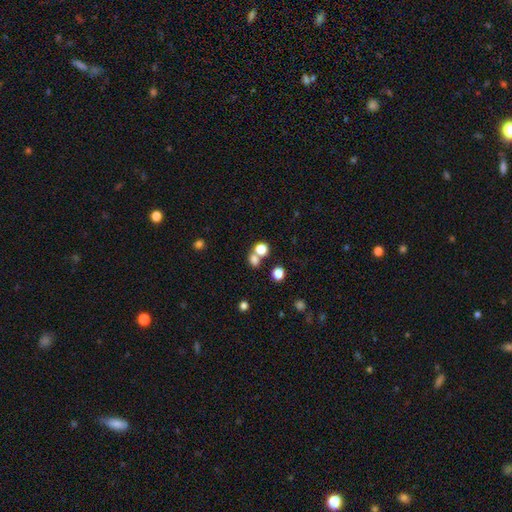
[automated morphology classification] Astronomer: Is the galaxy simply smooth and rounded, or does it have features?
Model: smooth — 74%.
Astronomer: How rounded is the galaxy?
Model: round — 68%.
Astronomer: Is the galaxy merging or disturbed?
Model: none — 48% (runner-up: merger, 41%).